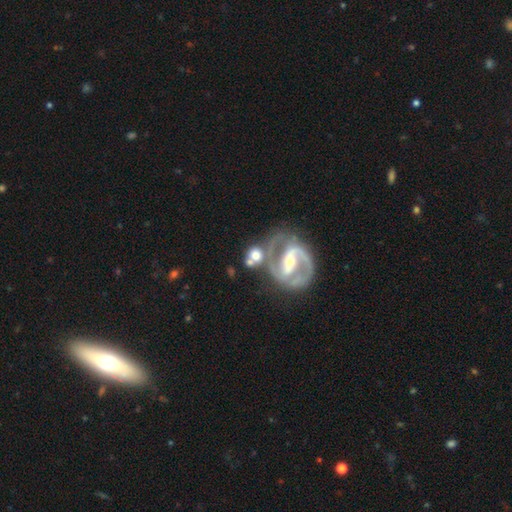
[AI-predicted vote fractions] smooth-or-featured: featured or disk: 65% | smooth: 28% | star or artifact: 7%
  disk-edge-on: no: 96% | yes: 4%
    bar: strong: 37% | weak: 36% | no: 27%
    has-spiral-arms: yes: 85% | no: 15%
      spiral-winding: medium: 54% | loose: 23% | tight: 23%
      spiral-arm-count: 2: 89% | can't tell: 4% | 1: 3% | 3: 2% | 4: 1% | more than 4: 1%
    bulge-size: moderate: 53% | small: 33% | large: 9% | none: 2% | dominant: 2%
  merging: none: 47% | merger: 30% | minor disturbance: 14% | major disturbance: 9%